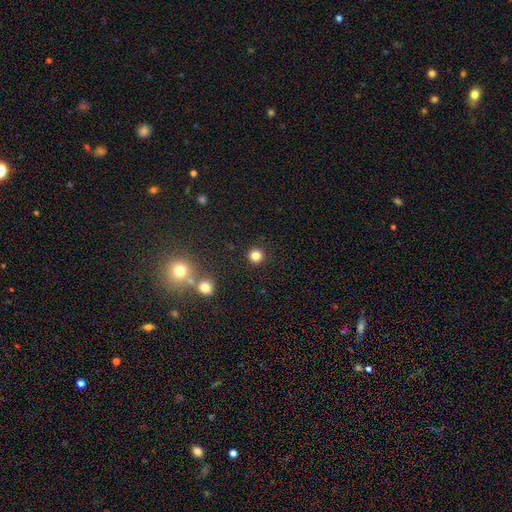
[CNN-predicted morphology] smooth 83%, star or artifact 12%, featured or disk 4%. Down the decision tree: how rounded — round (95%); merging — none (91%).